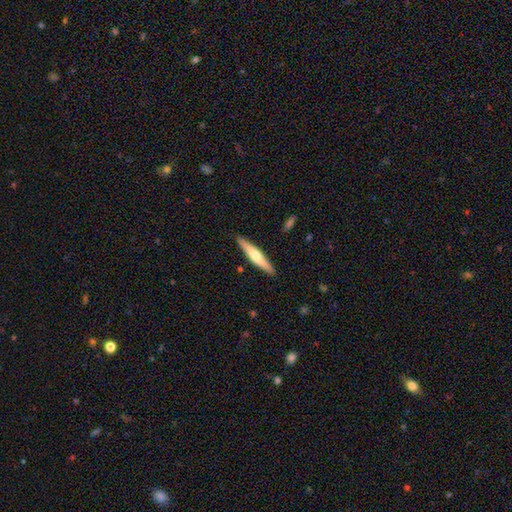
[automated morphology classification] featured or disk 49%, smooth 46%, star or artifact 5%. Down the decision tree: merging — none (89%).